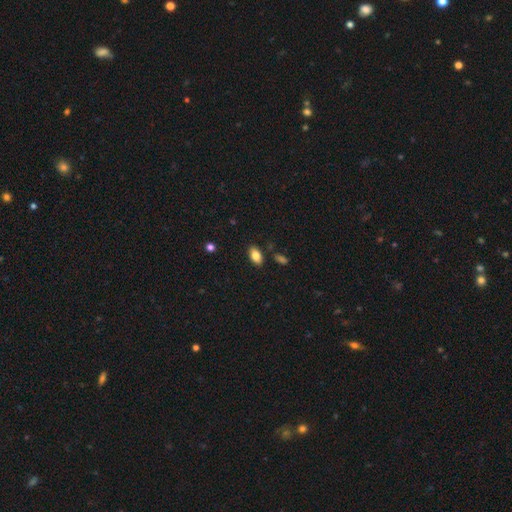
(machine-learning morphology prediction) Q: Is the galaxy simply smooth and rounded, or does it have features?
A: smooth — 83%.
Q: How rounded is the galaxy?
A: in between — 92%.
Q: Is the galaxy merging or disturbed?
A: none — 86%.